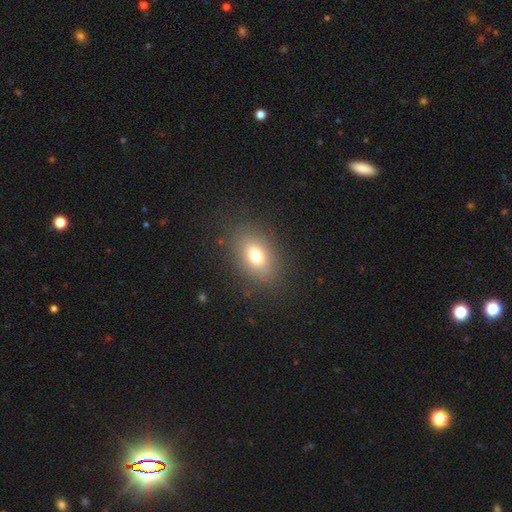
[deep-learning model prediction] This is likely a smooth galaxy (73%). How rounded: likely in between (78%). Merging: clearly none (85%).